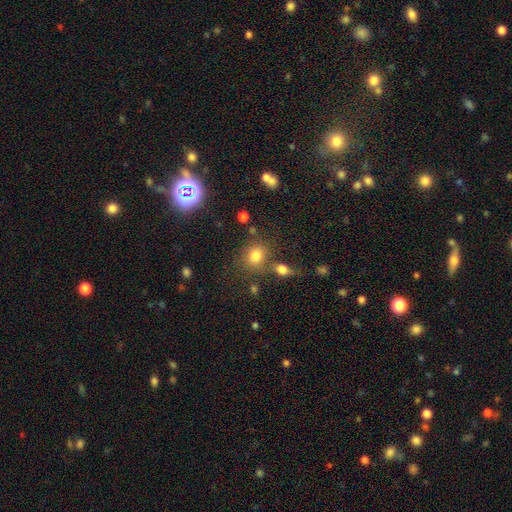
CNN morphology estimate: This is likely a smooth galaxy (79%). How rounded: likely round (69%). Merging: likely none (67%).